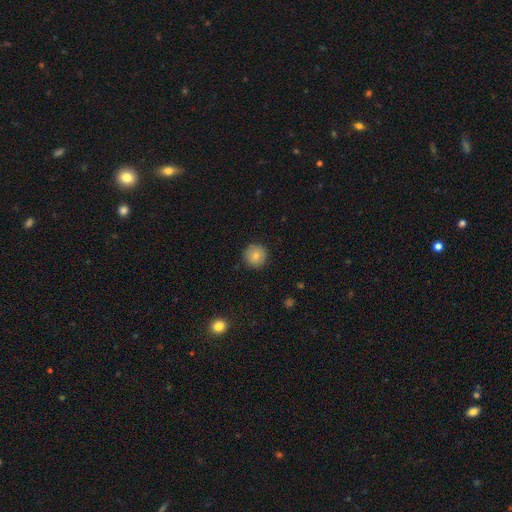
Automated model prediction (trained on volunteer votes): Smooth or featured? Predicted: smooth (p=0.82). How rounded? Predicted: round (p=0.95). Merging? Predicted: none (p=0.91).